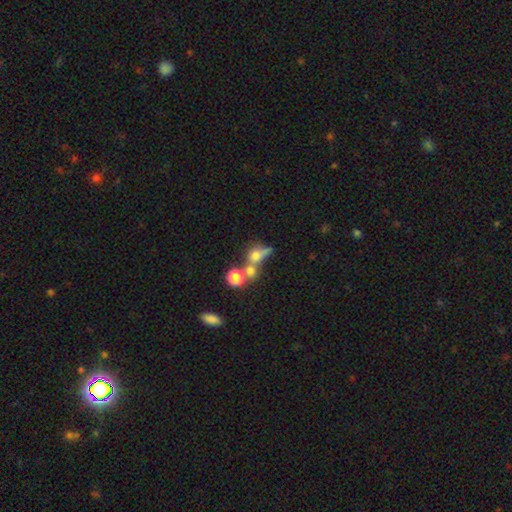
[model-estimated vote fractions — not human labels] Q: Smooth or featured?
A: smooth (63%); runner-up: featured or disk (21%)
Q: How rounded?
A: round (61%); runner-up: in between (34%)
Q: Merging?
A: merger (52%); runner-up: none (27%)